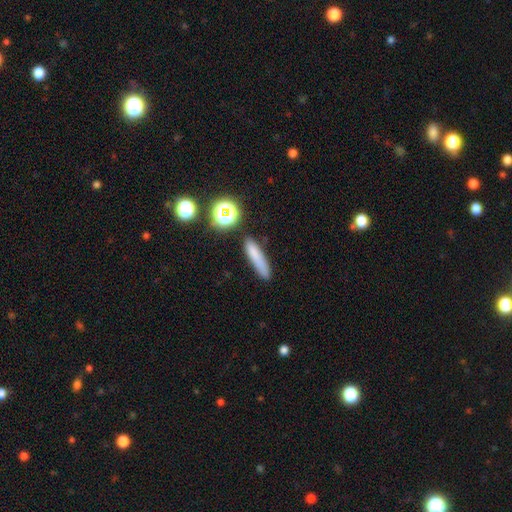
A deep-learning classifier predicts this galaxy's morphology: Smooth or featured: smooth — 73% (star or artifact — 15%)
How rounded: cigar-shaped — 83% (in between — 12%)
Merging: none — 79% (minor disturbance — 13%)